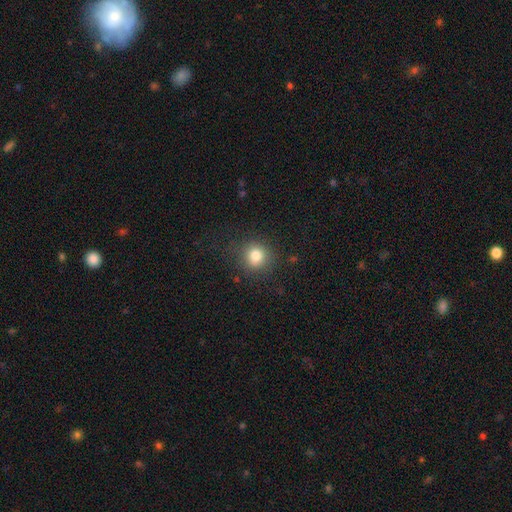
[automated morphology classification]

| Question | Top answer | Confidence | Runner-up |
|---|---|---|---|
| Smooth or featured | smooth | 81% | star or artifact (12%) |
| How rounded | round | 86% | in between (13%) |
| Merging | none | 83% | minor disturbance (11%) |